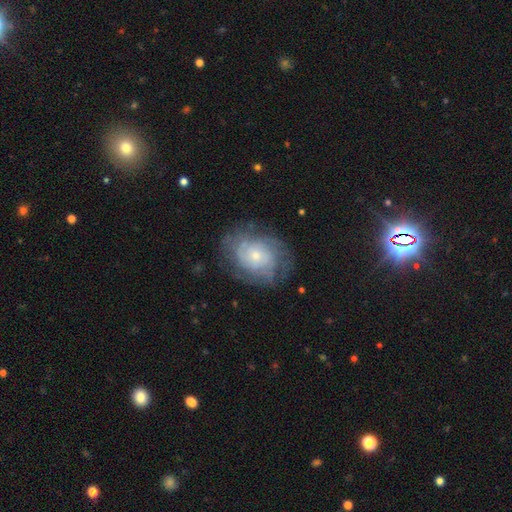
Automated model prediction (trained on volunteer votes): Morphology: type=featured or disk (68%); edge-on=no (97%); bar=no (82%); spiral arms=yes (78%); winding=tight (62%); arm count=can't tell (57%); bulge=small (64%); merging=none (68%).